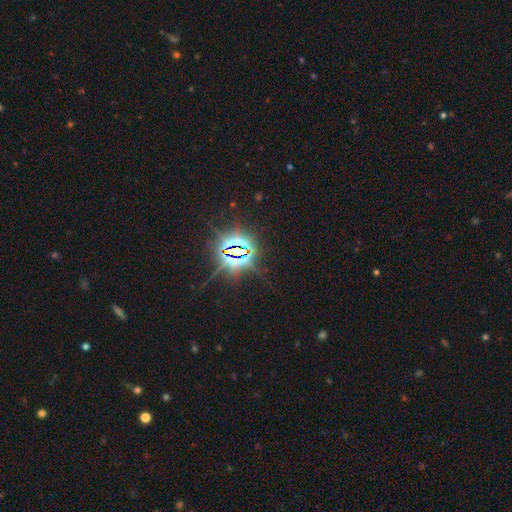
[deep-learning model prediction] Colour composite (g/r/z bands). It shows a star or artifact, not a galaxy (85%).